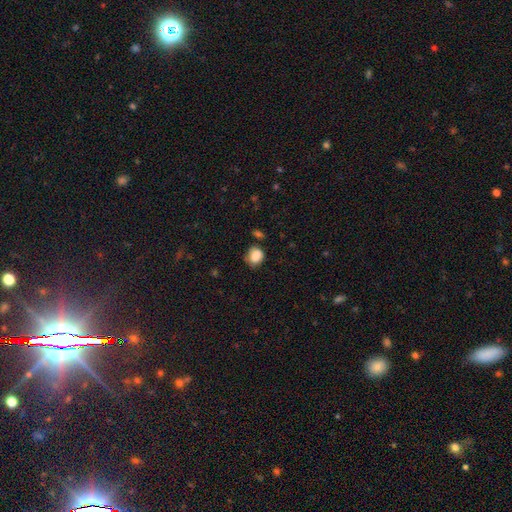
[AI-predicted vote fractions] This appears to be a smooth galaxy with no disk features (86%) that is round (61%). Merging: none (62%).